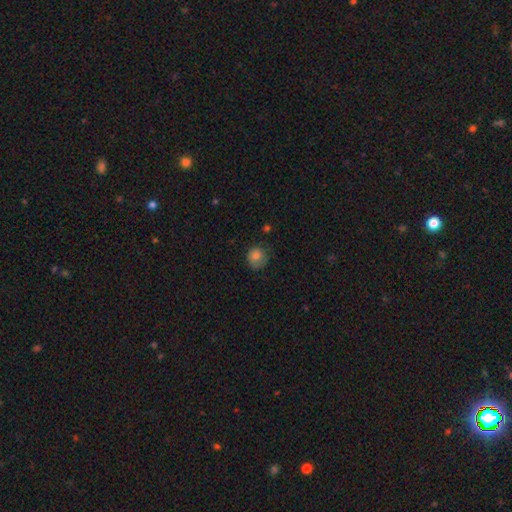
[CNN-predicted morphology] The model was most divided on "merging": none: 56%, minor disturbance: 29%, major disturbance: 13%, merger: 2%. More confident: how rounded — round (80%); smooth or featured — smooth (79%).